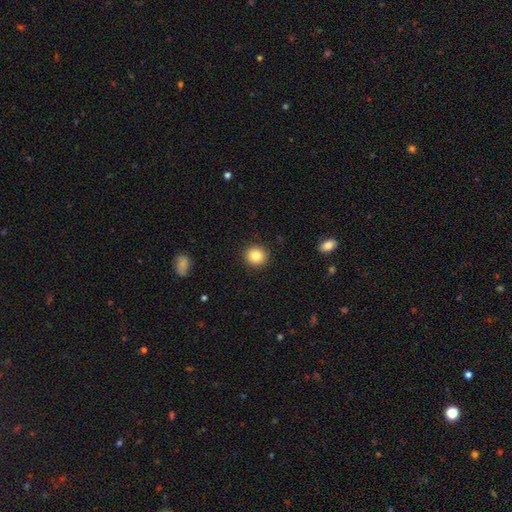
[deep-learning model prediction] smooth 85%, star or artifact 9%, featured or disk 5%. Down the decision tree: how rounded — round (90%); merging — none (91%).